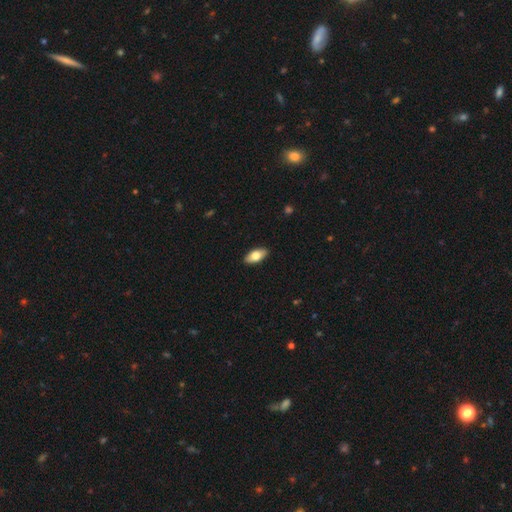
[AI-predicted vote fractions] A smooth galaxy with no disk features (73%) that is in between round and cigar-shaped (88%). Merging: none (90%).